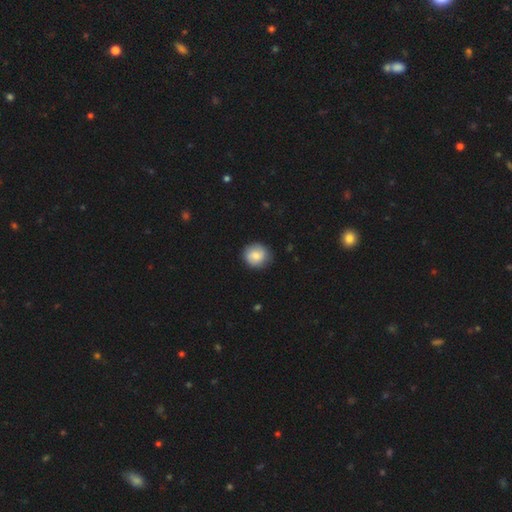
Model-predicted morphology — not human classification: smooth 77%, featured or disk 16%, star or artifact 7%. Down the decision tree: how rounded — round (88%); merging — none (86%).